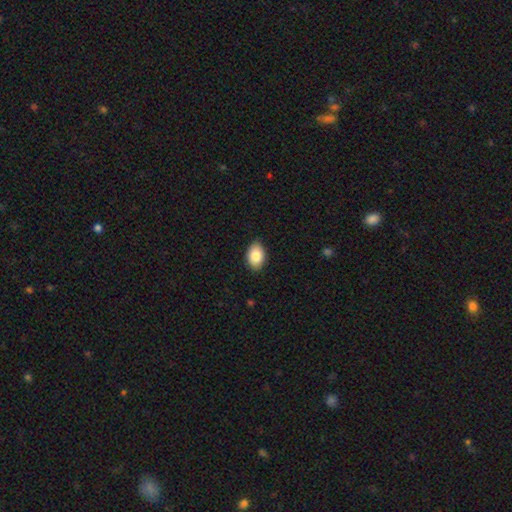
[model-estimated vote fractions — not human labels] Q: Smooth or featured?
A: smooth (86%); runner-up: star or artifact (7%)
Q: How rounded?
A: in between (87%); runner-up: round (12%)
Q: Merging?
A: none (88%); runner-up: minor disturbance (9%)